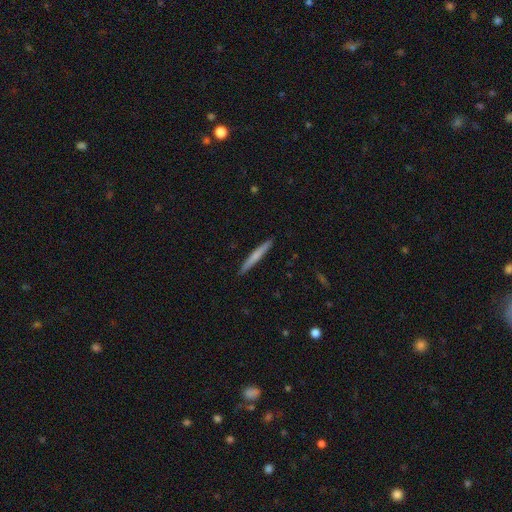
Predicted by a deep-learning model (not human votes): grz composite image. It shows a smooth galaxy with no disk features (61%) that is cigar-shaped (97%). Merging: none (92%).